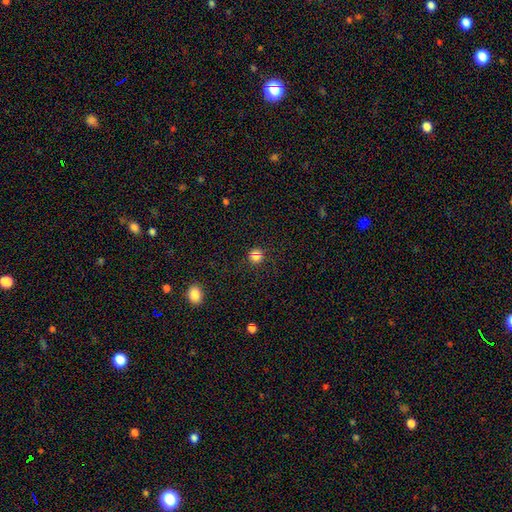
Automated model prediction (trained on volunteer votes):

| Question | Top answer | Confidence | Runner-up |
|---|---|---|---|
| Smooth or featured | smooth | 78% | star or artifact (15%) |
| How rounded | round | 90% | in between (9%) |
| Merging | none | 73% | minor disturbance (12%) |